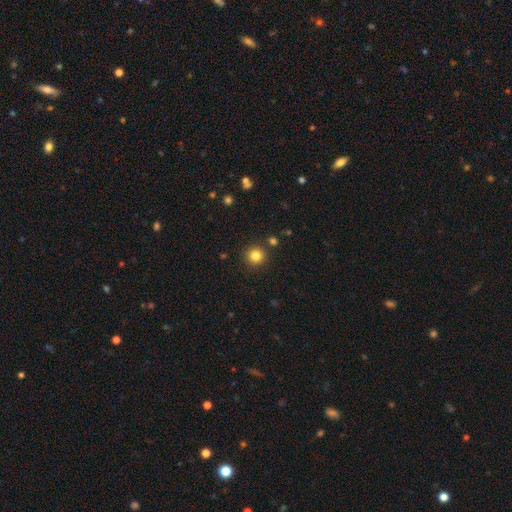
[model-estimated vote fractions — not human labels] Q: Smooth or featured?
A: smooth (83%); runner-up: star or artifact (12%)
Q: How rounded?
A: round (95%); runner-up: in between (5%)
Q: Merging?
A: none (89%); runner-up: minor disturbance (6%)